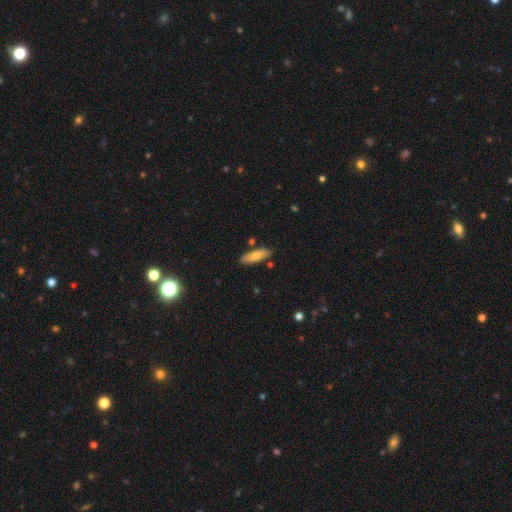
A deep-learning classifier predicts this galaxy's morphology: Smooth or featured? Predicted: smooth (p=0.71). How rounded? Predicted: in between (p=0.50). Merging? Predicted: none (p=0.83).